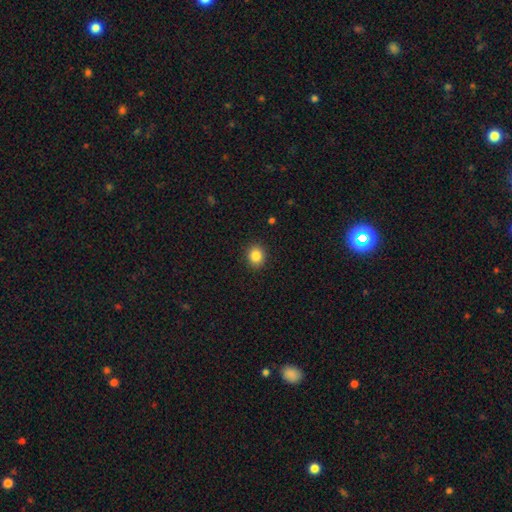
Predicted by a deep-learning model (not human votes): smooth-or-featured: smooth: 85% | star or artifact: 10% | featured or disk: 5%
  how-rounded: round: 78% | in between: 21% | cigar-shaped: 1%
  merging: none: 91% | minor disturbance: 6% | major disturbance: 2% | merger: 1%